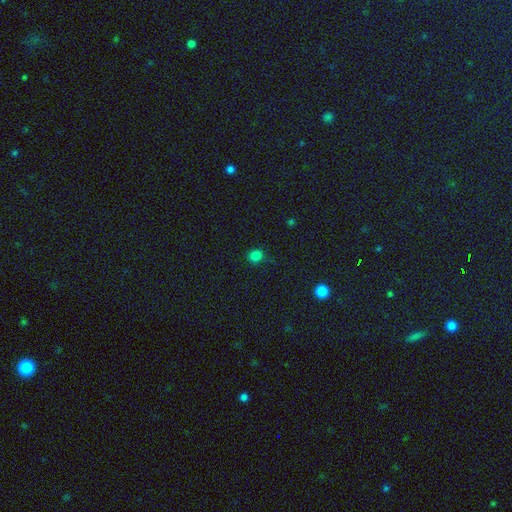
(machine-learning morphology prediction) This is clearly a smooth galaxy (80%). How rounded: clearly round (84%). Merging: clearly none (82%).